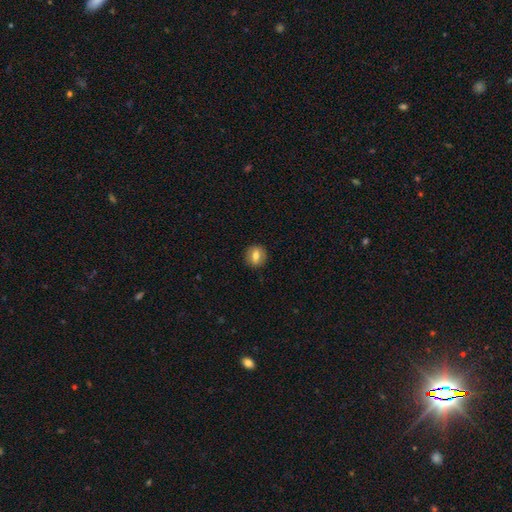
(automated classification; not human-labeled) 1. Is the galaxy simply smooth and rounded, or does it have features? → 69% smooth, 23% featured or disk, 9% star or artifact.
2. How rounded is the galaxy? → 77% round, 22% in between, 1% cigar-shaped.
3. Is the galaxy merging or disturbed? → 89% none, 7% minor disturbance, 2% major disturbance, 1% merger.